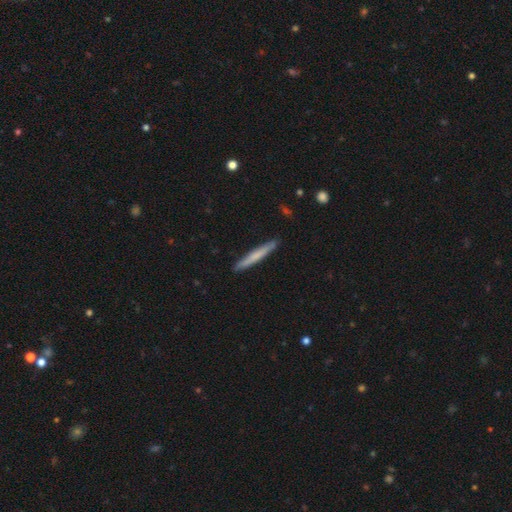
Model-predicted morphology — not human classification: Q: Smooth or featured?
A: smooth (64%); runner-up: featured or disk (31%)
Q: How rounded?
A: cigar-shaped (96%); runner-up: in between (2%)
Q: Merging?
A: none (91%); runner-up: minor disturbance (7%)